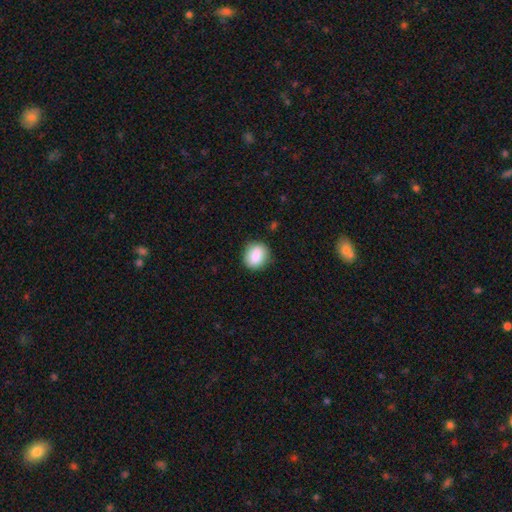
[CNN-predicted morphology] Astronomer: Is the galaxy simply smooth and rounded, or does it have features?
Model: smooth — 87%.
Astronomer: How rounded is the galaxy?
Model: round — 63%.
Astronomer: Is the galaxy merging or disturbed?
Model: none — 84%.